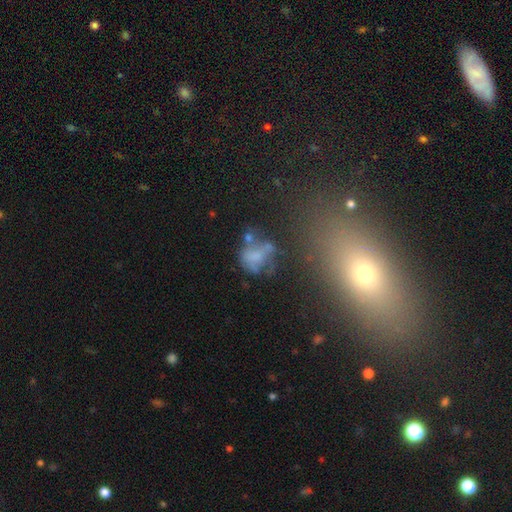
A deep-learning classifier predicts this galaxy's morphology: The model was most divided on "merging": major disturbance: 31%, none: 28%, merger: 21%, minor disturbance: 20%. Remaining: smooth or featured — smooth (43%).